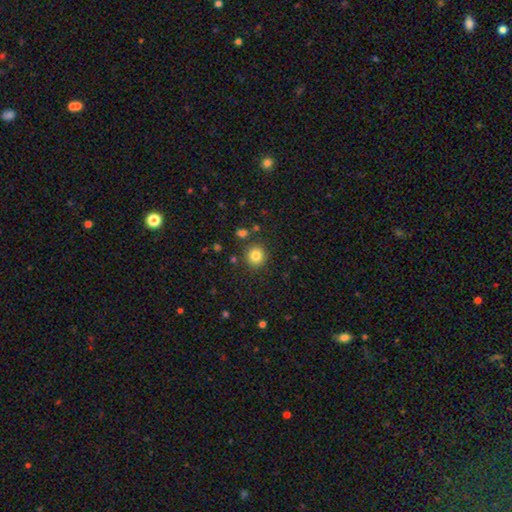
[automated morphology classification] Smooth or featured? Predicted: smooth (p=0.82). How rounded? Predicted: round (p=0.91). Merging? Predicted: none (p=0.87).